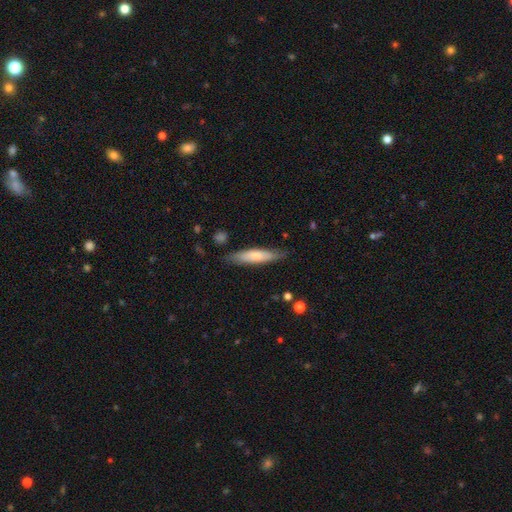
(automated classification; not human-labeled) smooth-or-featured: smooth: 69% | featured or disk: 25% | star or artifact: 5%
  how-rounded: cigar-shaped: 82% | in between: 16% | round: 1%
  merging: none: 80% | minor disturbance: 15% | major disturbance: 3% | merger: 2%